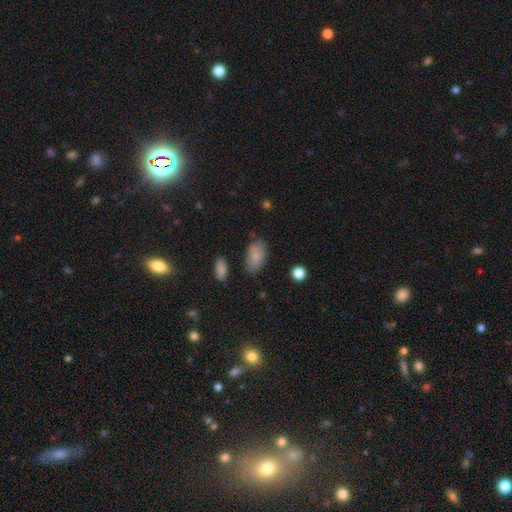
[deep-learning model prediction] Smooth or featured? smooth (85%)
How rounded? in between (93%)
Merging? none (75%)